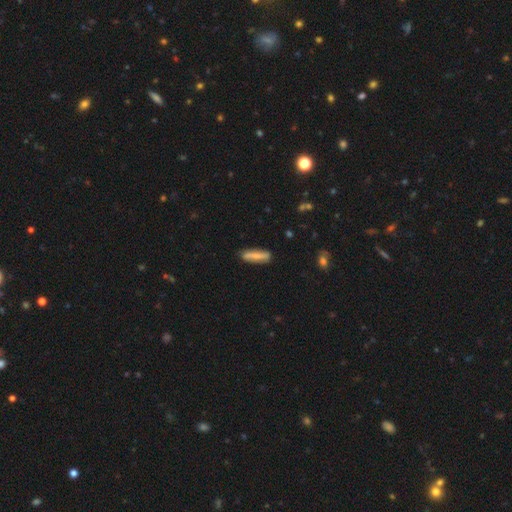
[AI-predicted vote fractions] smooth 65%, featured or disk 29%, star or artifact 6%. Down the decision tree: how rounded — cigar-shaped (75%); merging — none (84%).